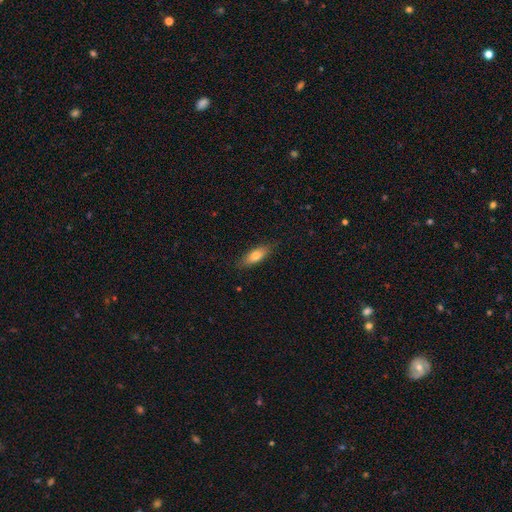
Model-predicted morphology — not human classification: The model was most divided on "how rounded": in between: 67%, cigar-shaped: 31%, round: 3%. More confident: merging — none (83%); smooth or featured — smooth (75%).